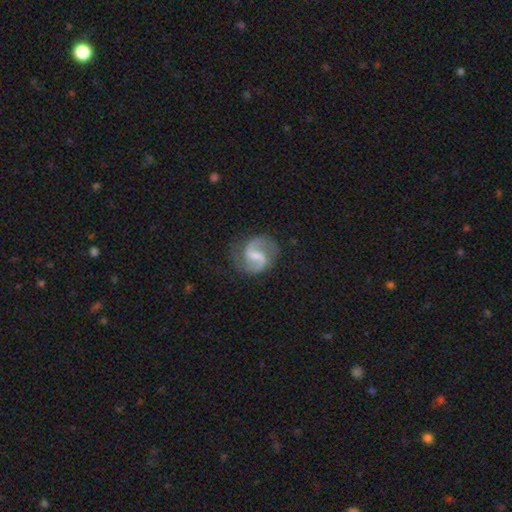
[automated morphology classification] Smooth or featured? featured or disk (88%)
Edge-on disk? no (98%)
Bar? weak (57%)
Spiral arms? yes (97%)
Spiral winding? medium (55%)
Spiral arm count? 2 (93%)
Bulge size? small (39%)
Merging? none (78%)